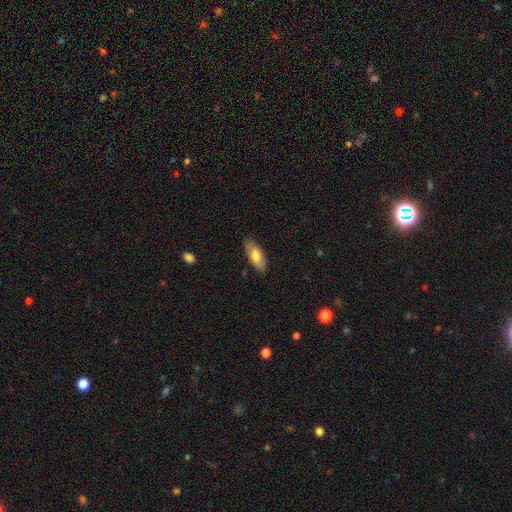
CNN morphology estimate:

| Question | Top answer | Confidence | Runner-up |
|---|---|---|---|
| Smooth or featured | smooth | 72% | featured or disk (23%) |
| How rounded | in between | 83% | cigar-shaped (15%) |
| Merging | none | 83% | minor disturbance (14%) |